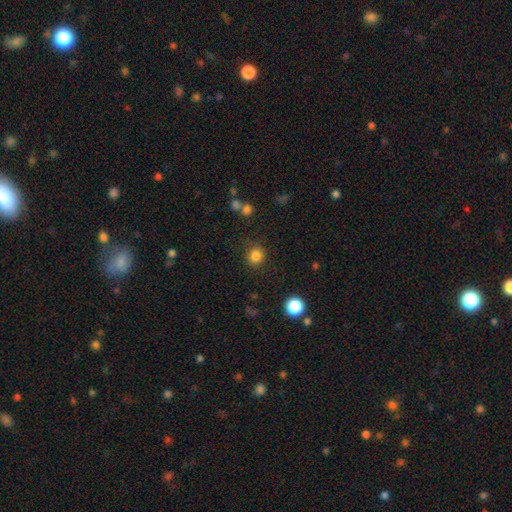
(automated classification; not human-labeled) smooth 83%, star or artifact 12%, featured or disk 4%. Down the decision tree: how rounded — round (89%); merging — none (85%).